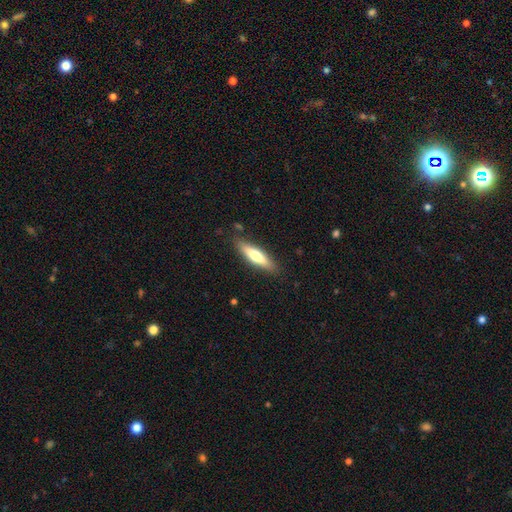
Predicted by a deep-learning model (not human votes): This is likely a smooth galaxy (63%). How rounded: likely cigar-shaped (71%). Merging: clearly none (85%).